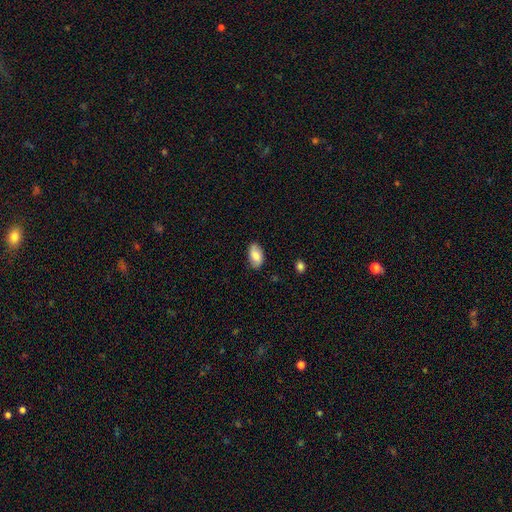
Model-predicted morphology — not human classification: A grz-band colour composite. It shows a smooth galaxy with no disk features (74%) that is in between round and cigar-shaped (93%). Merging: none (82%).